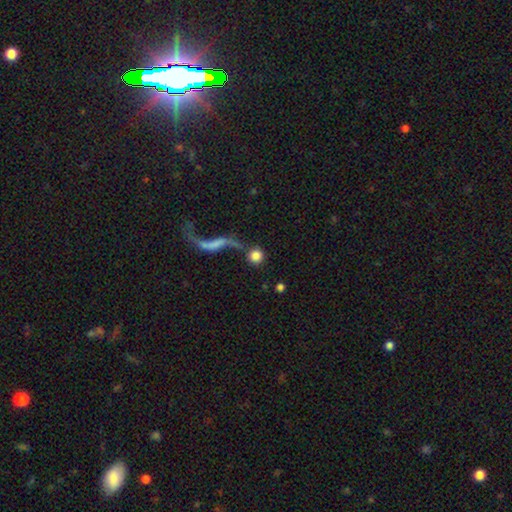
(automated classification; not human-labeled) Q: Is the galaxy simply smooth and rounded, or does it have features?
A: smooth — 78%.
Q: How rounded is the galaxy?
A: round — 91%.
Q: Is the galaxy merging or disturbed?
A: none — 61%.